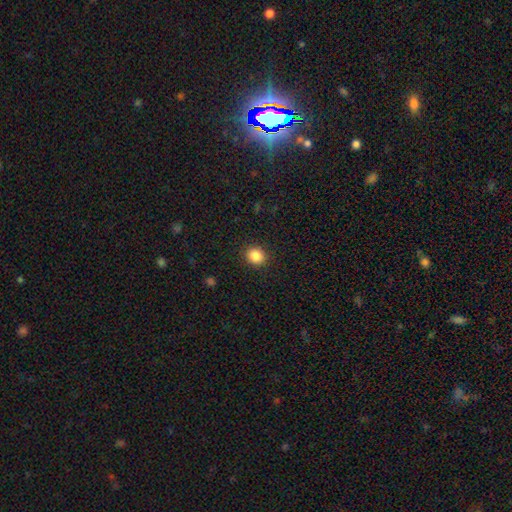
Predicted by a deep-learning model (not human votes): Smooth or featured? smooth (86%)
How rounded? round (74%)
Merging? none (90%)